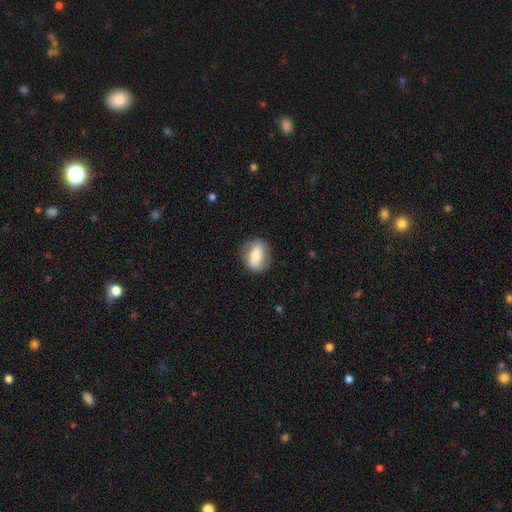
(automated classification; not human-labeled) Smooth or featured: smooth — 65% (featured or disk — 28%)
How rounded: in between — 59% (round — 39%)
Merging: none — 81% (minor disturbance — 13%)